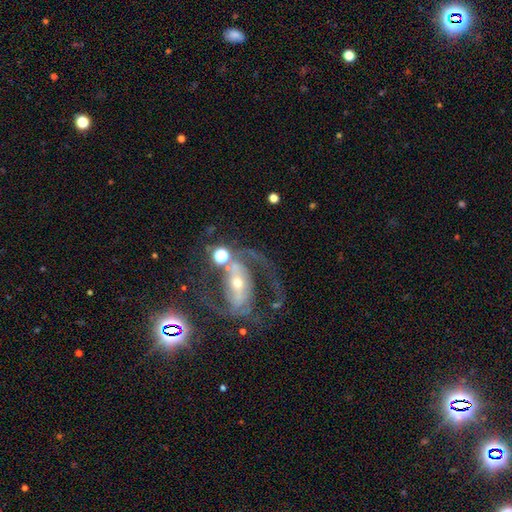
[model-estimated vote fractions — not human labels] smooth-or-featured: featured or disk: 83% | star or artifact: 9% | smooth: 8%
  disk-edge-on: no: 95% | yes: 5%
    bar: strong: 48% | weak: 29% | no: 23%
    has-spiral-arms: yes: 90% | no: 10%
      spiral-winding: medium: 51% | loose: 28% | tight: 21%
      spiral-arm-count: 2: 81% | 1: 7% | can't tell: 7% | 3: 3% | 4: 1% | more than 4: 1%
    bulge-size: small: 55% | moderate: 39% | large: 3% | none: 1% | dominant: 1%
  merging: none: 49% | major disturbance: 25% | minor disturbance: 15% | merger: 12%